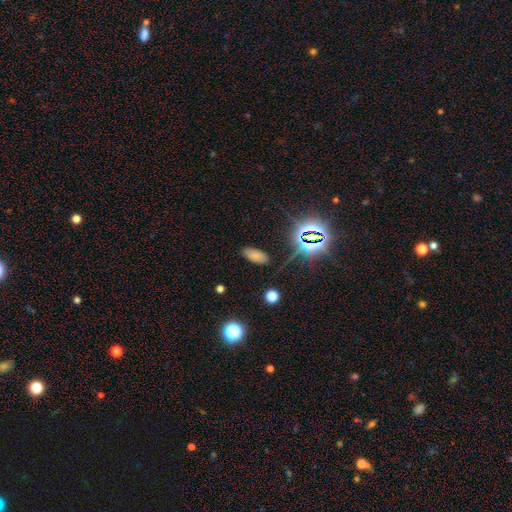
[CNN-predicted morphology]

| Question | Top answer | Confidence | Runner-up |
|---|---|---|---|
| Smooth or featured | smooth | 69% | star or artifact (23%) |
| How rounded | in between | 89% | cigar-shaped (8%) |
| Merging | none | 83% | minor disturbance (12%) |